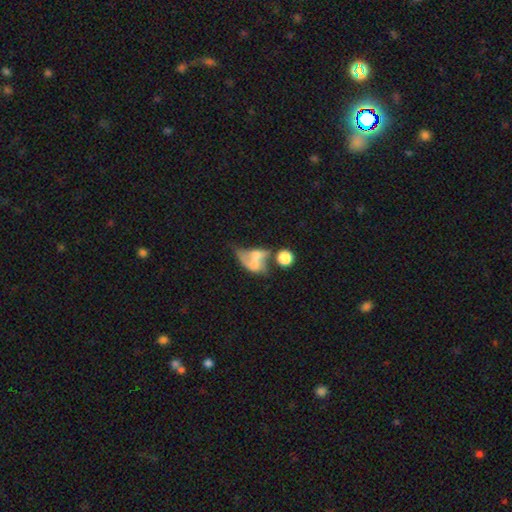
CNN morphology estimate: Overall: smooth (45%; featured or disk 42%). Merging: merger (50%; major disturbance 23%).